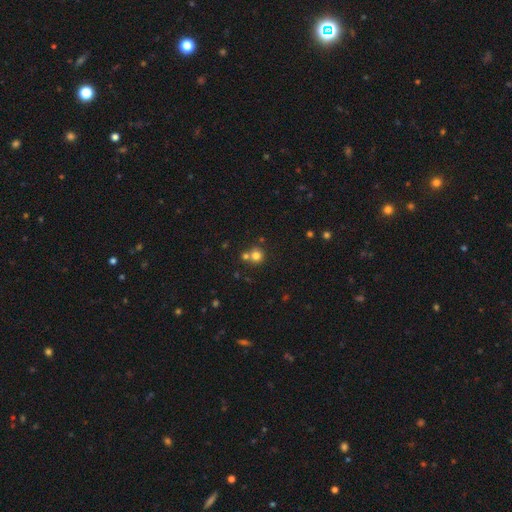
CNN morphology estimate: smooth 75%, star or artifact 15%, featured or disk 10%. Down the decision tree: how rounded — round (90%); merging — none (56%).